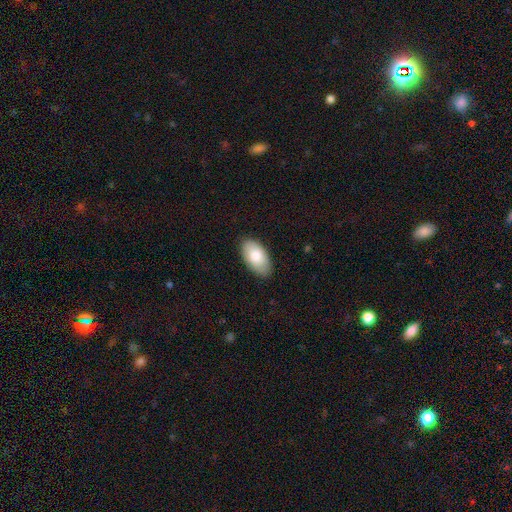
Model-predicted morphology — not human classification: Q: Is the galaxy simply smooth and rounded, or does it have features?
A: smooth — 81%.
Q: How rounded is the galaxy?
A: in between — 95%.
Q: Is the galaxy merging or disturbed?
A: none — 85%.